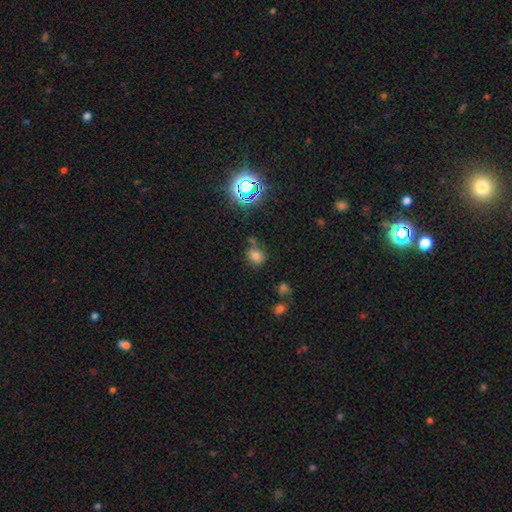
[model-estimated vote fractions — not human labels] A smooth galaxy with no disk features (69%) that is round (66%). Merging: none (64%).